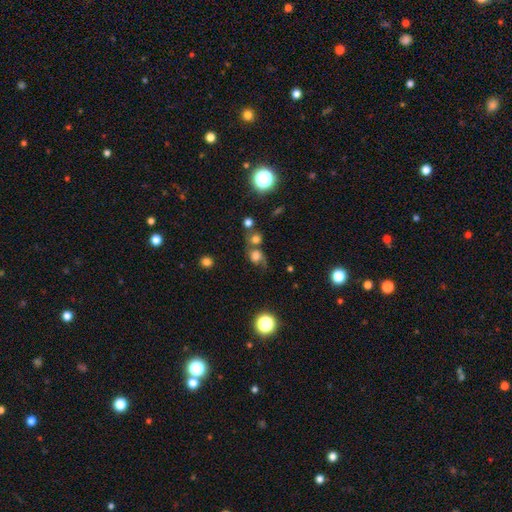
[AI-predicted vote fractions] smooth-or-featured: smooth: 55% | featured or disk: 25% | star or artifact: 20%
  how-rounded: round: 70% | in between: 28% | cigar-shaped: 2%
  merging: merger: 34% (tied) | none: 34% (tied) | major disturbance: 17% | minor disturbance: 15%